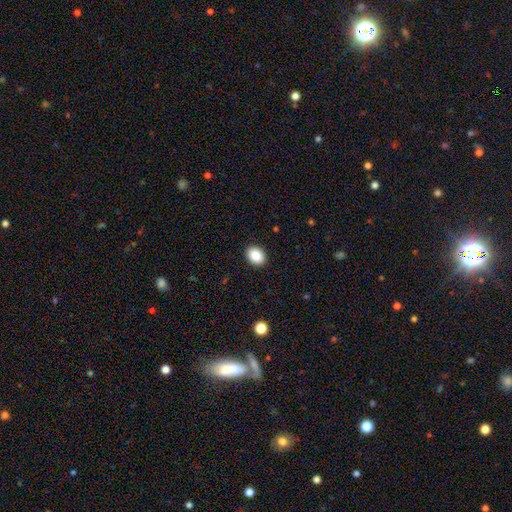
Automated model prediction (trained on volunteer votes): Morphology: type=smooth (88%); roundness=in between (65%); merging=none (91%).